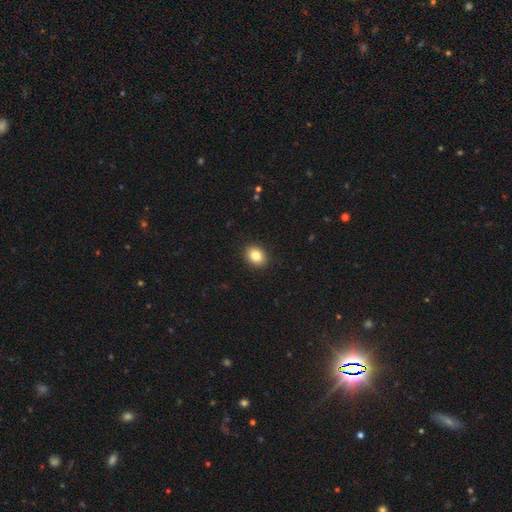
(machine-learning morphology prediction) This is clearly a smooth galaxy (84%). How rounded: possibly in between (56%). Merging: clearly none (91%).